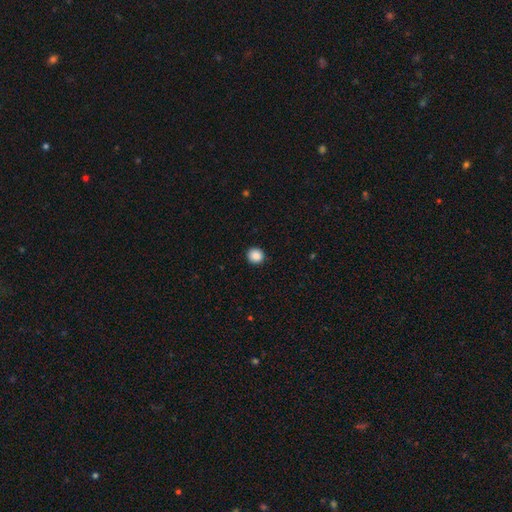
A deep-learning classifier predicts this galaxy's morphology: Smooth or featured? Predicted: smooth (p=0.88). How rounded? Predicted: round (p=0.92). Merging? Predicted: none (p=0.92).